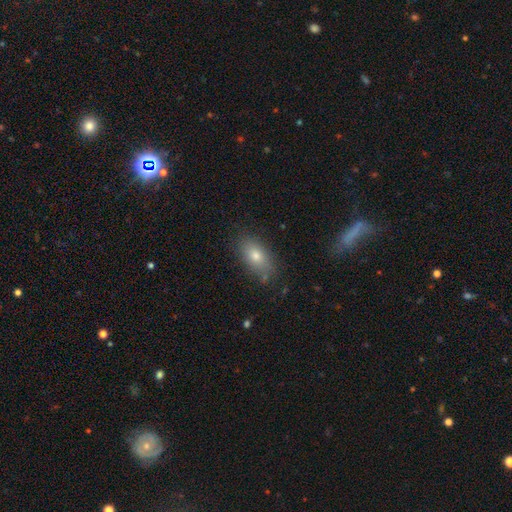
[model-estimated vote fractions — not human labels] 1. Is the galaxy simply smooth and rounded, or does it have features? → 75% smooth, 15% featured or disk, 10% star or artifact.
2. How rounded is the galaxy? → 87% in between, 8% round, 5% cigar-shaped.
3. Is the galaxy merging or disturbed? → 79% none, 15% minor disturbance, 4% major disturbance, 3% merger.